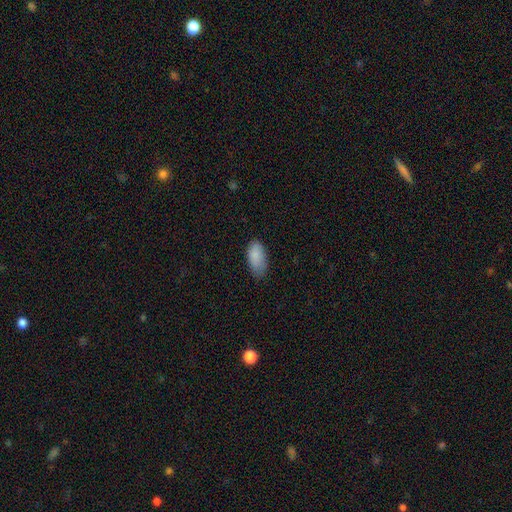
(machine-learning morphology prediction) Overall: smooth (87%). How rounded: in between (93%). Merging: none (65%; minor disturbance 29%).